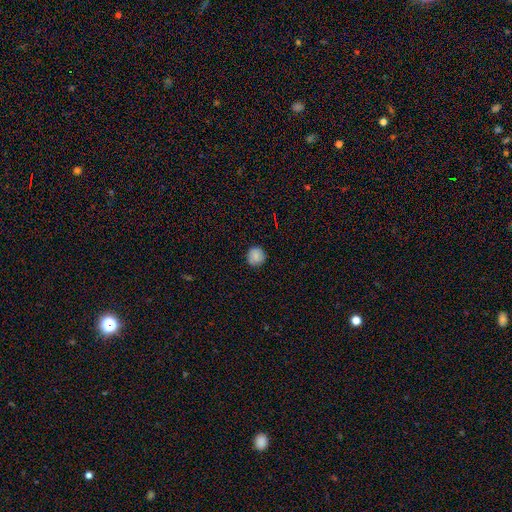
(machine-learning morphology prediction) Smooth or featured? Predicted: smooth (p=0.84). How rounded? Predicted: round (p=0.92). Merging? Predicted: none (p=0.88).